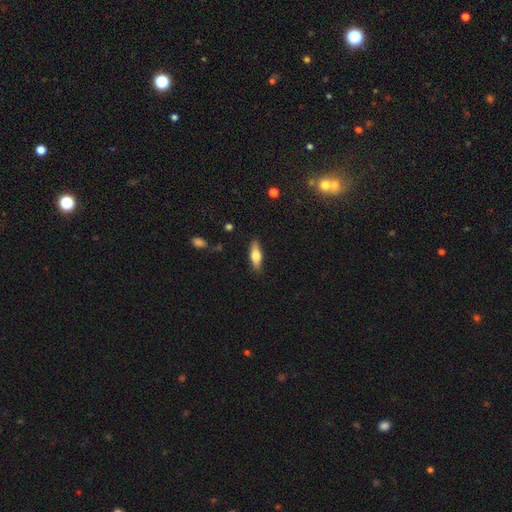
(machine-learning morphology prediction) Smooth or featured: smooth — 55% (featured or disk — 38%)
How rounded: cigar-shaped — 49% (in between — 48%)
Merging: none — 86% (minor disturbance — 10%)